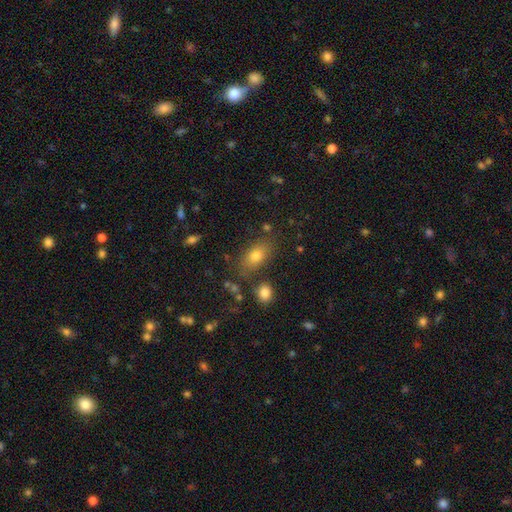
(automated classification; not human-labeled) Smooth or featured? Predicted: smooth (p=0.75). How rounded? Predicted: in between (p=0.82). Merging? Predicted: none (p=0.75).